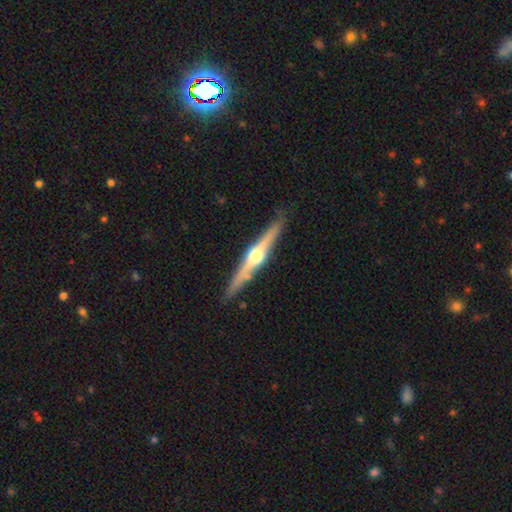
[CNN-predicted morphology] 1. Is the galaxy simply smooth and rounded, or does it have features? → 76% featured or disk, 19% smooth, 5% star or artifact.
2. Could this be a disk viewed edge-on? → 98% yes, 2% no.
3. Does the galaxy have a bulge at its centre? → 93% rounded, 5% boxy, 3% none.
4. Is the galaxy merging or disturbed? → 88% none, 8% minor disturbance, 2% merger, 2% major disturbance.